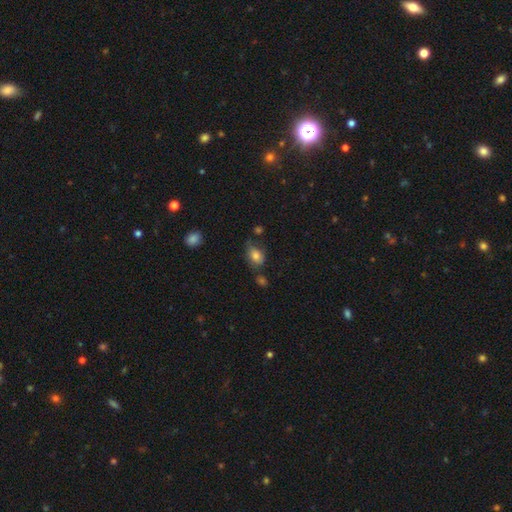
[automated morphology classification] smooth-or-featured: smooth: 79% | featured or disk: 12% | star or artifact: 10%
  how-rounded: in between: 78% | round: 21% | cigar-shaped: 2%
  merging: none: 52% | minor disturbance: 29% | major disturbance: 10% | merger: 9%